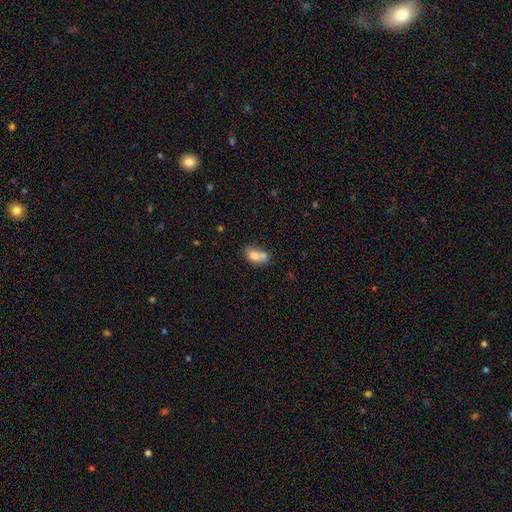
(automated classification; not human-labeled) A smooth galaxy with no disk features (73%) that is in between round and cigar-shaped (71%).

Vote fractions:
- Smooth or featured? smooth: 73% / featured or disk: 18% / star or artifact: 9%
- How rounded? in between: 71% / round: 27% / cigar-shaped: 2%
- Merging? merger: 54% / none: 29% / minor disturbance: 12% / major disturbance: 5%